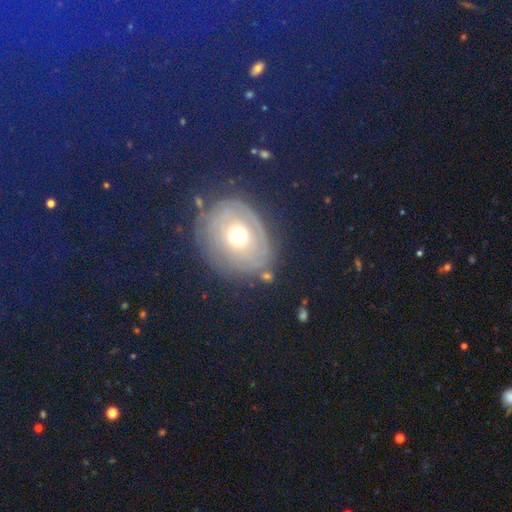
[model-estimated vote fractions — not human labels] Smooth or featured: star or artifact — 37% (featured or disk — 35%)